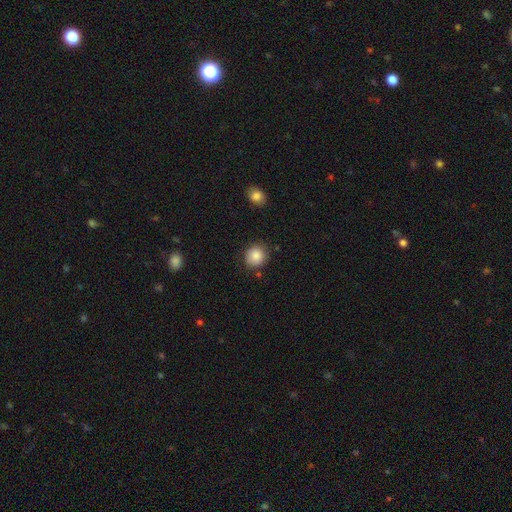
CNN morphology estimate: Smooth or featured? Predicted: smooth (p=0.86). How rounded? Predicted: round (p=0.86). Merging? Predicted: none (p=0.83).